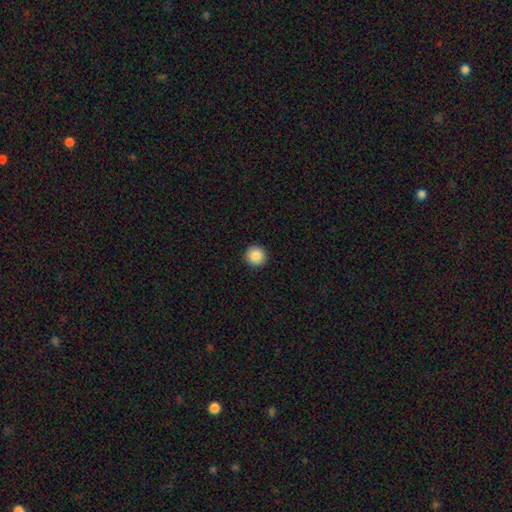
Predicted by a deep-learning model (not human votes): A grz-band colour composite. It shows a smooth galaxy with no disk features (87%) that is round (95%). Merging: none (92%).